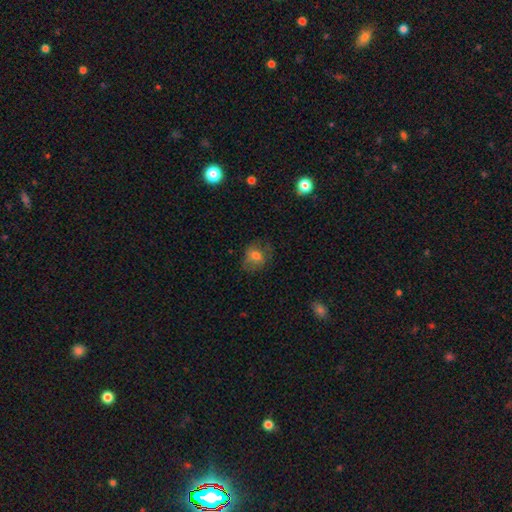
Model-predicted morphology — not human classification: A smooth galaxy with no disk features (67%) that is round (52%).

Vote fractions:
- Smooth or featured? smooth: 67% / featured or disk: 22% / star or artifact: 11%
- How rounded? round: 52% / in between: 46% / cigar-shaped: 1%
- Merging? none: 62% / minor disturbance: 23% / major disturbance: 13% / merger: 1%